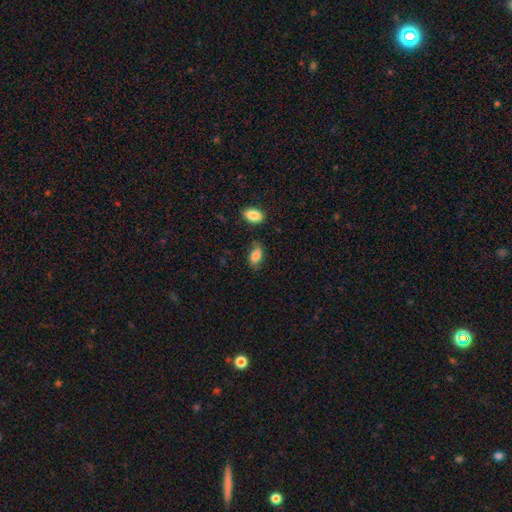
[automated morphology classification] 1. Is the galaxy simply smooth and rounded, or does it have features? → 77% smooth, 14% featured or disk, 8% star or artifact.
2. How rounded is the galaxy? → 90% in between, 7% round, 3% cigar-shaped.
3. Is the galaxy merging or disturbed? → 63% none, 25% minor disturbance, 8% major disturbance, 4% merger.